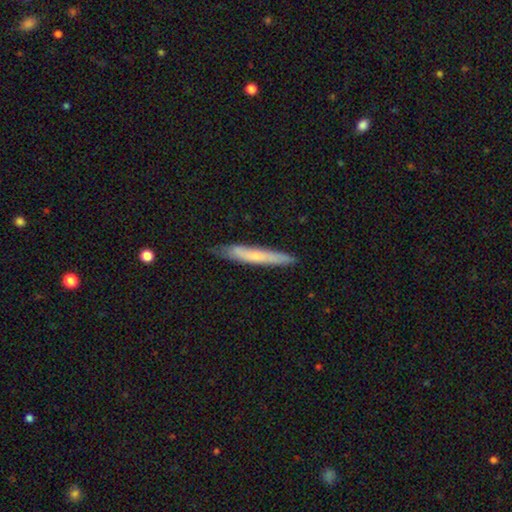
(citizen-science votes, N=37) A featured or disk galaxy (54%) viewed edge-on (85%) with no central bulge (53%). Merging: none (60%).